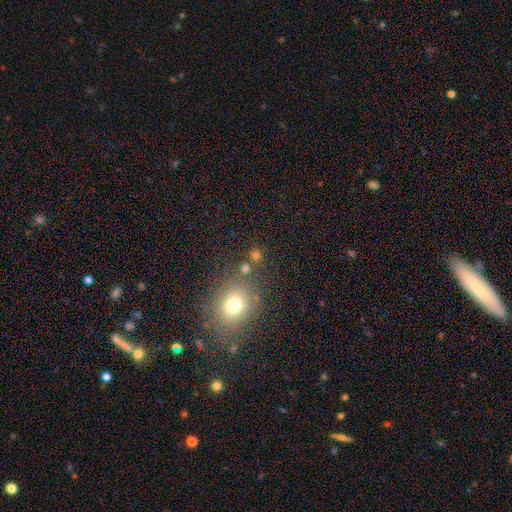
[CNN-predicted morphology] smooth-or-featured: smooth: 71% | star or artifact: 20% | featured or disk: 8%
  how-rounded: round: 84% | in between: 15% | cigar-shaped: 1%
  merging: none: 73% | merger: 15% | minor disturbance: 8% | major disturbance: 4%